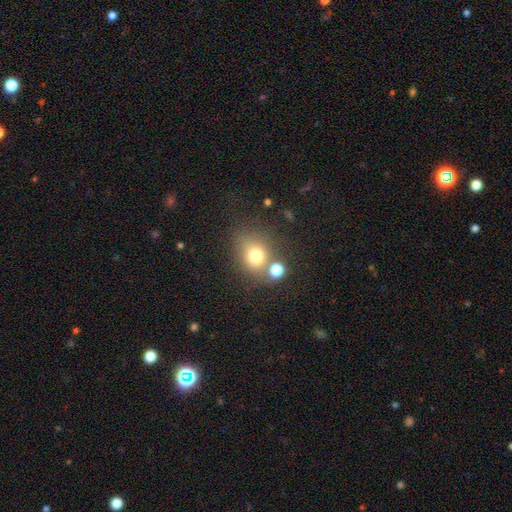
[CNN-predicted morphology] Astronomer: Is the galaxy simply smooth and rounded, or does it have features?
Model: smooth — 73%.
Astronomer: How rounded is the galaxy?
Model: round — 68%.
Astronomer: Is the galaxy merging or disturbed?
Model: none — 58%.